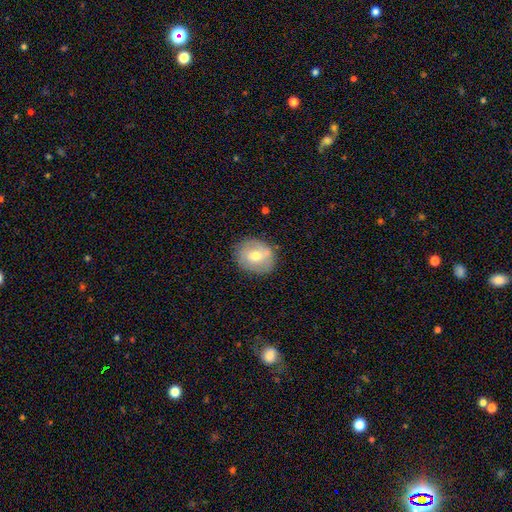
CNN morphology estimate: smooth 54%, featured or disk 39%, star or artifact 8%. Down the decision tree: how rounded — round (58%); merging — none (77%).